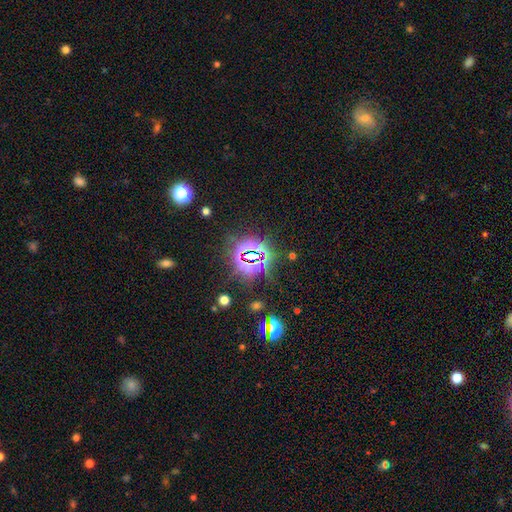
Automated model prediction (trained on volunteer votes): This appears to be a star or artifact, not a galaxy (80%).